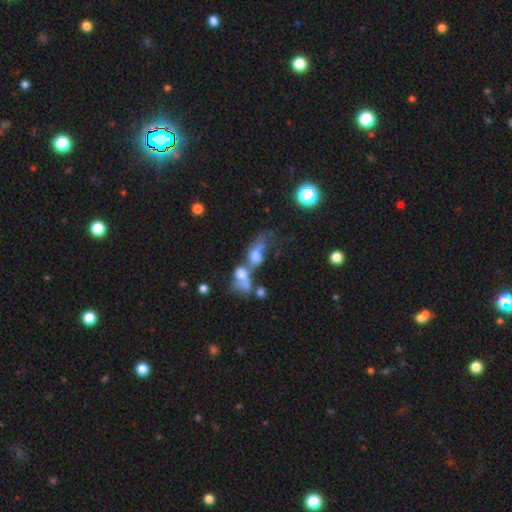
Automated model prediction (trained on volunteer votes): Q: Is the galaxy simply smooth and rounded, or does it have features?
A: smooth — 54%.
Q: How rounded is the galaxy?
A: in between — 62%.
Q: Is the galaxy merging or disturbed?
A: merger — 67%.